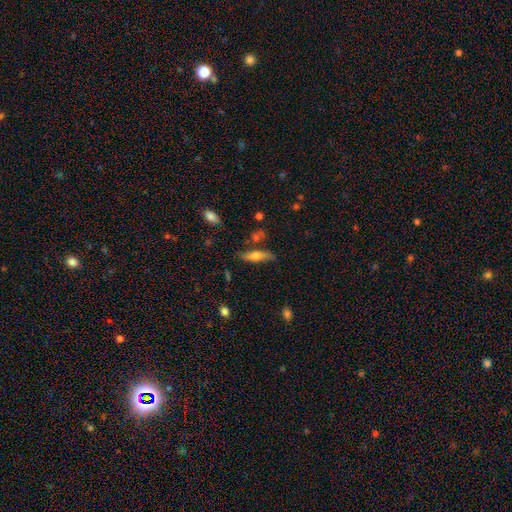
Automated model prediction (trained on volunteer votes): smooth_or_featured: smooth (p=0.55) [alt: featured or disk p=0.38]
how_rounded: cigar-shaped (p=0.67) [alt: in between p=0.31]
merging: none (p=0.73) [alt: minor disturbance p=0.17]